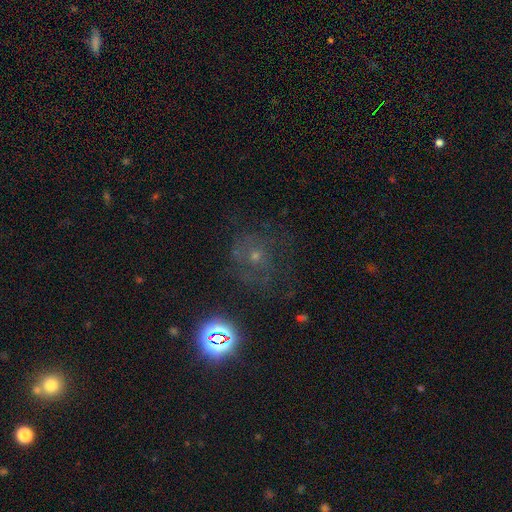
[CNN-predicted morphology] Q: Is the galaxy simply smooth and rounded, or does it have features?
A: featured or disk — 37%.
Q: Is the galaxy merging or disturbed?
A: none — 61%.